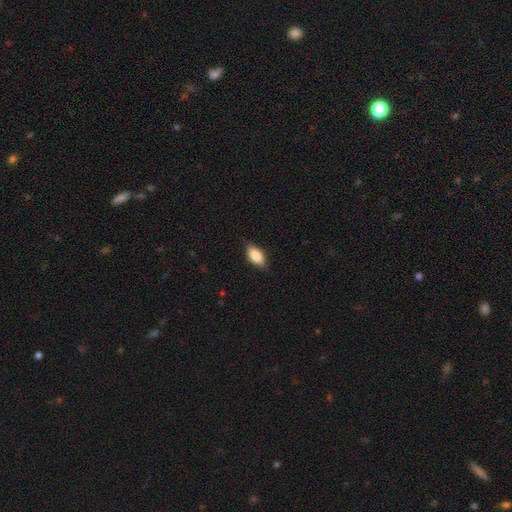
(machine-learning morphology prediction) smooth 79%, featured or disk 15%, star or artifact 6%. Down the decision tree: how rounded — in between (84%); merging — none (80%).